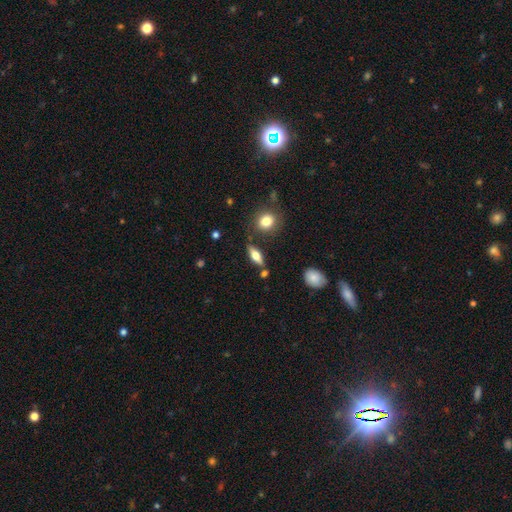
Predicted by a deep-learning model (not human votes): Smooth or featured? smooth (53%)
How rounded? in between (63%)
Merging? none (76%)